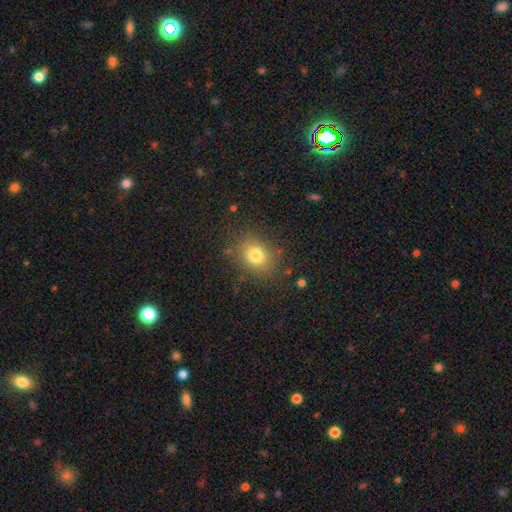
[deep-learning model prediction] Q: Smooth or featured?
A: smooth (78%); runner-up: star or artifact (13%)
Q: How rounded?
A: round (59%); runner-up: in between (40%)
Q: Merging?
A: none (83%); runner-up: minor disturbance (11%)